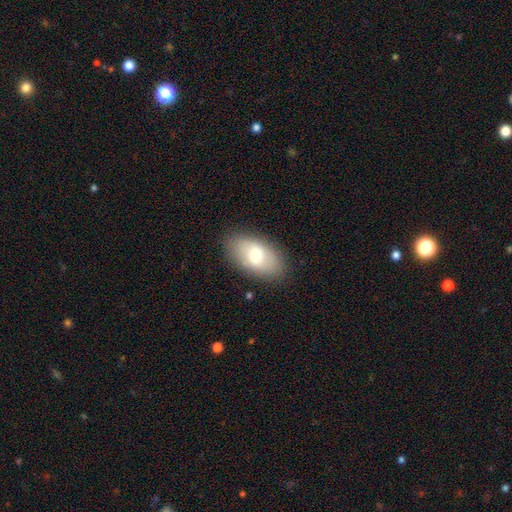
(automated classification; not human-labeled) This is likely a smooth galaxy (69%). How rounded: clearly in between (93%). Merging: clearly none (84%).